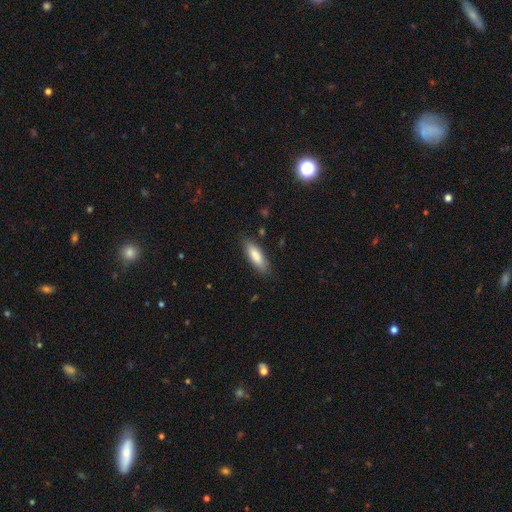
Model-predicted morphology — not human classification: Smooth or featured? Predicted: smooth (p=0.84). How rounded? Predicted: in between (p=0.56). Merging? Predicted: none (p=0.83).